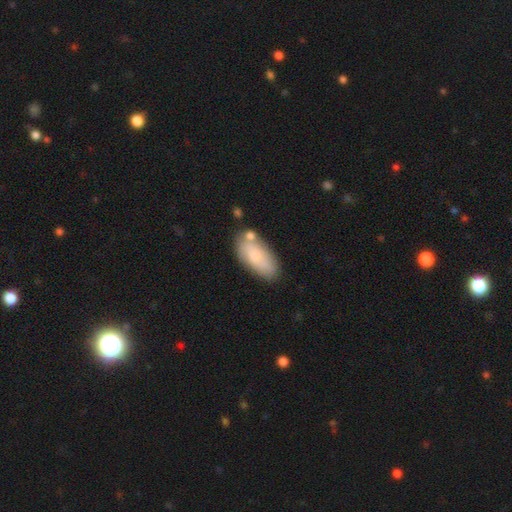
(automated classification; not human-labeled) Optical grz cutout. It shows a smooth galaxy with no disk features (71%) that is in between round and cigar-shaped (89%). Merging: none (64%).